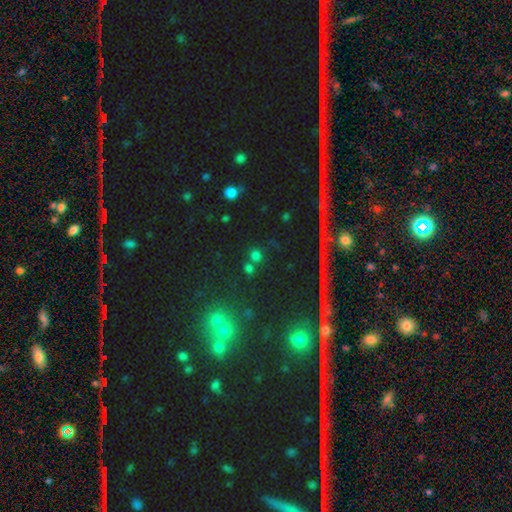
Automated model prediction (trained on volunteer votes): This is likely a smooth galaxy (63%). How rounded: clearly round (88%). Merging: likely none (70%).